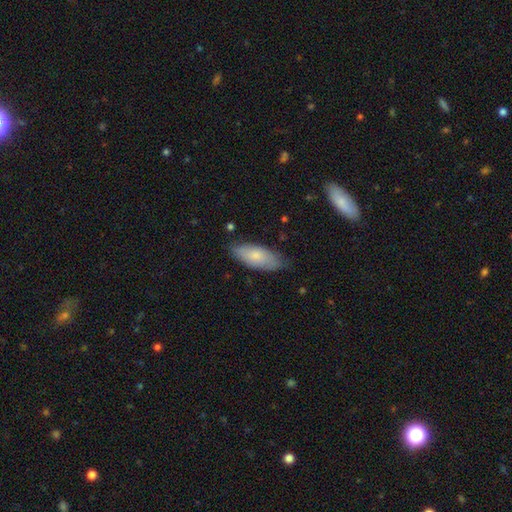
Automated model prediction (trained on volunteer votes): smooth-or-featured: smooth: 75% | featured or disk: 19% | star or artifact: 6%
  how-rounded: in between: 84% | cigar-shaped: 14% | round: 2%
  merging: none: 73% | minor disturbance: 22% | major disturbance: 3% | merger: 1%